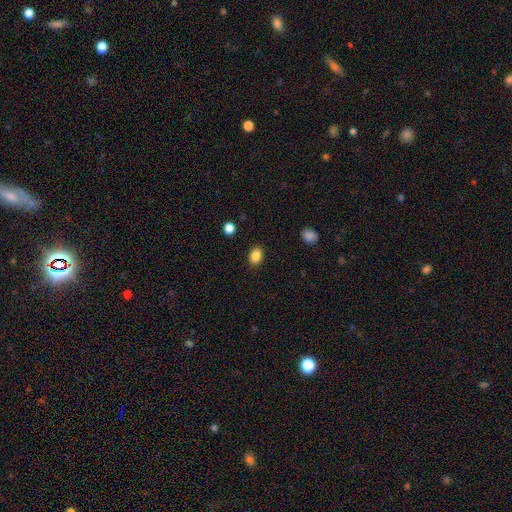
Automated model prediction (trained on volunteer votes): This is clearly a smooth galaxy (86%). How rounded: likely in between (70%). Merging: clearly none (89%).